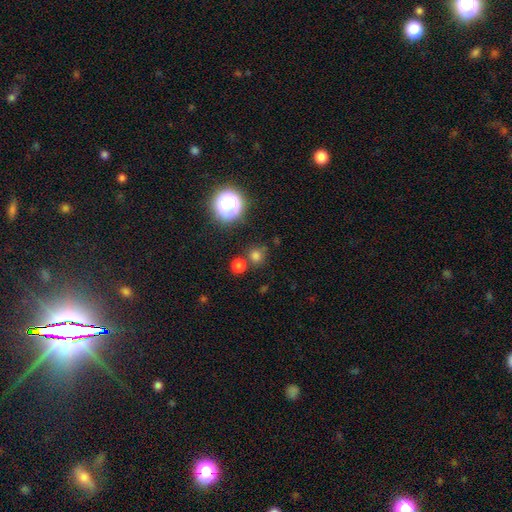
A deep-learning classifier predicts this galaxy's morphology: This is likely a smooth galaxy (71%). How rounded: clearly round (90%). Merging: likely none (74%).